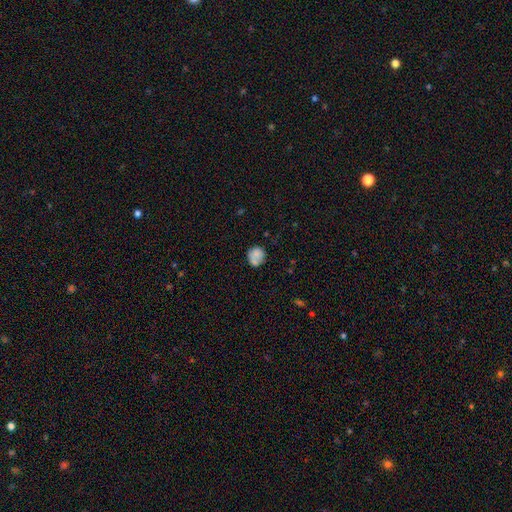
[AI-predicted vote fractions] smooth-or-featured: smooth: 75% | featured or disk: 16% | star or artifact: 9%
  how-rounded: round: 74% | in between: 25% | cigar-shaped: 1%
  merging: none: 51% | minor disturbance: 21% | merger: 21% | major disturbance: 8%